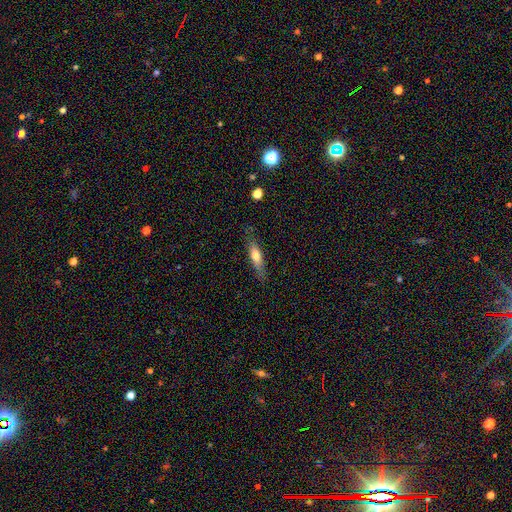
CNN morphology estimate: Smooth or featured?
  - smooth: 54% *
  - featured or disk: 39%
  - star or artifact: 7%
How rounded?
  - cigar-shaped: 73% *
  - in between: 25%
  - round: 2%
Merging?
  - none: 79% *
  - minor disturbance: 15%
  - major disturbance: 4%
  - merger: 2%